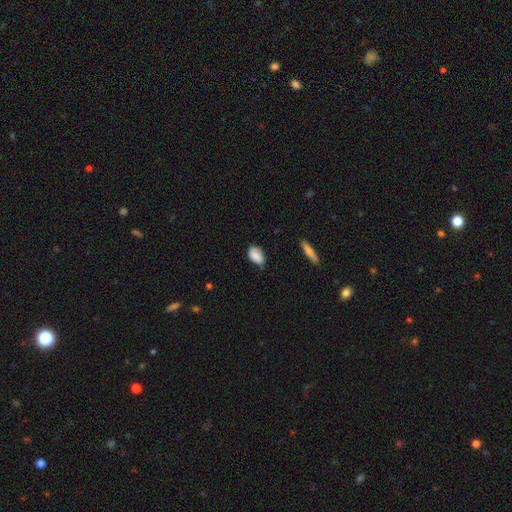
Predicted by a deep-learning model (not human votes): smooth_or_featured: smooth (p=0.85) [alt: featured or disk p=0.08]
how_rounded: in between (p=0.88) [alt: round p=0.09]
merging: none (p=0.67) [alt: minor disturbance p=0.27]